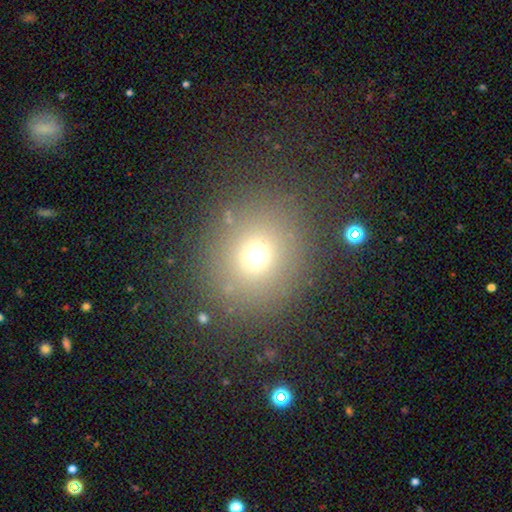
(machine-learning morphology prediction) smooth_or_featured: smooth (p=0.68) [alt: star or artifact p=0.21]
how_rounded: round (p=0.87) [alt: in between p=0.12]
merging: none (p=0.84) [alt: minor disturbance p=0.08]